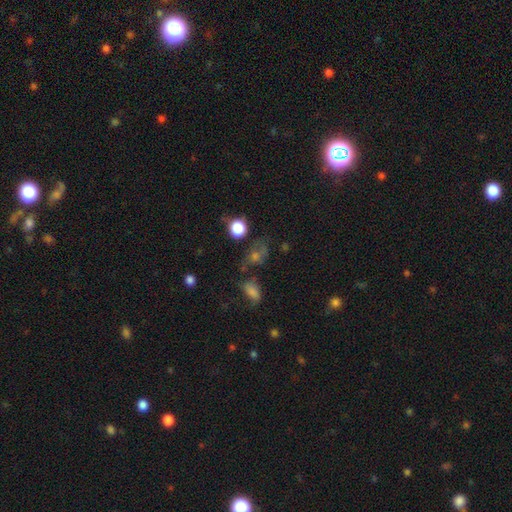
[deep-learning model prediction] Smooth or featured? smooth (51%)
How rounded? round (60%)
Merging? none (55%)